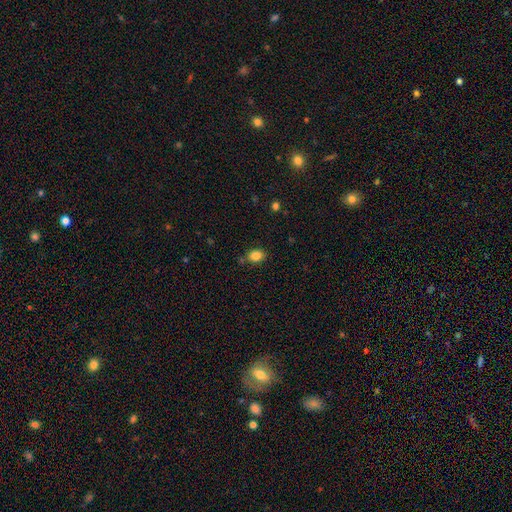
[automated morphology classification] This is clearly a smooth galaxy (85%). How rounded: likely in between (61%). Merging: likely none (78%).